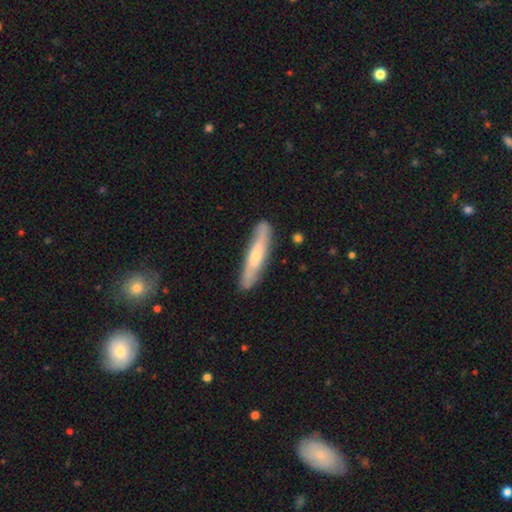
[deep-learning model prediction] featured or disk 48%, smooth 46%, star or artifact 6%. Down the decision tree: merging — none (84%).